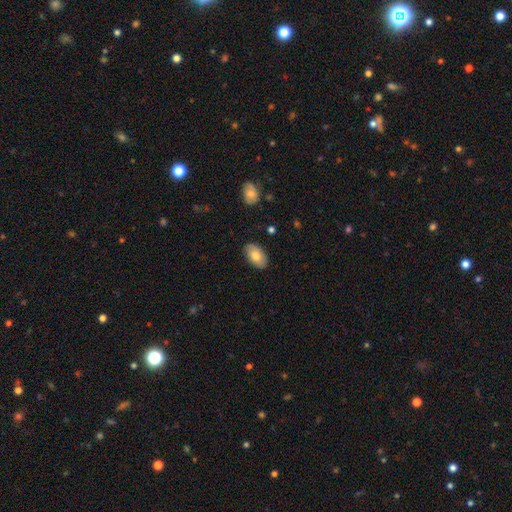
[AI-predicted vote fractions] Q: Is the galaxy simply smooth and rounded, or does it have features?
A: smooth — 74%.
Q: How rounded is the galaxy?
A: in between — 93%.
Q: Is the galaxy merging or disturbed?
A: none — 83%.